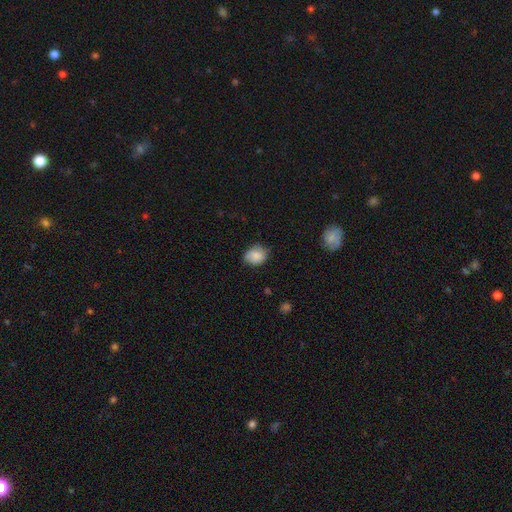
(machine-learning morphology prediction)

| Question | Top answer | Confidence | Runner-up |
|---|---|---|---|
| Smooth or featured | smooth | 84% | featured or disk (8%) |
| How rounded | round | 59% | in between (40%) |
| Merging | none | 70% | minor disturbance (24%) |